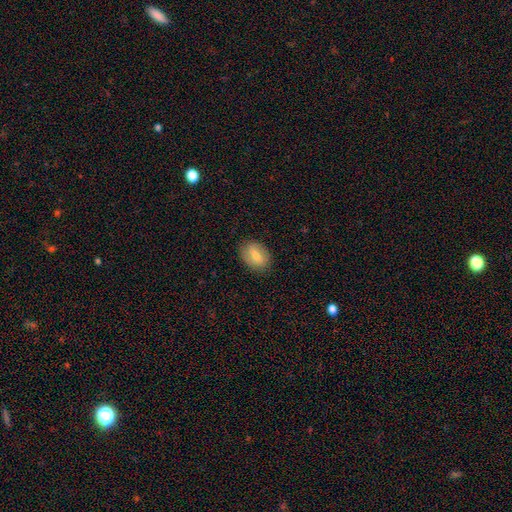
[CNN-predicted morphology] This is likely a smooth galaxy (68%). How rounded: likely in between (79%). Merging: clearly none (84%).